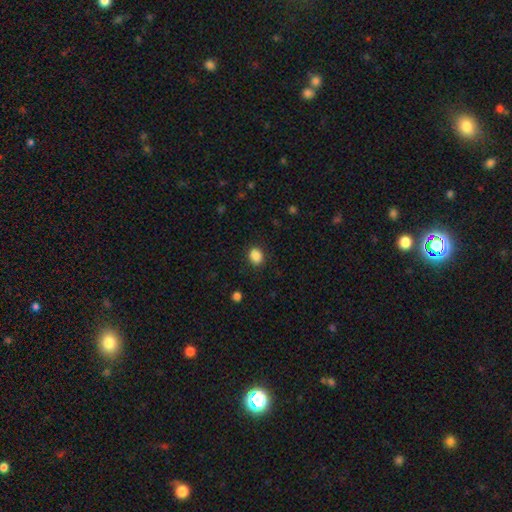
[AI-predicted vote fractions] A smooth galaxy with no disk features (87%) that is round (53%). Merging: none (89%).